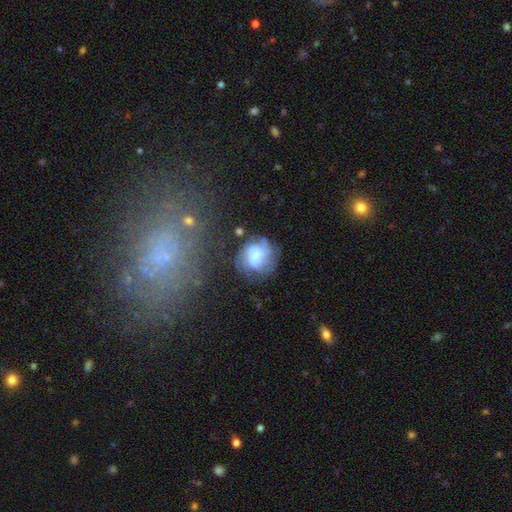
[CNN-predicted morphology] Smooth or featured? featured or disk (52%)
Edge-on disk? no (97%)
Bar? no (60%)
Spiral arms? yes (76%)
Bulge size? large (34%)
Merging? none (58%)